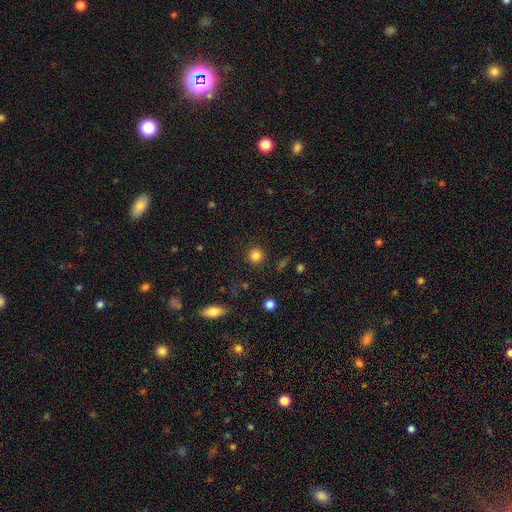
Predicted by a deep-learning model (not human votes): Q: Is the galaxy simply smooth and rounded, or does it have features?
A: smooth — 83%.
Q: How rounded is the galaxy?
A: round — 92%.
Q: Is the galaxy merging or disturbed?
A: none — 90%.